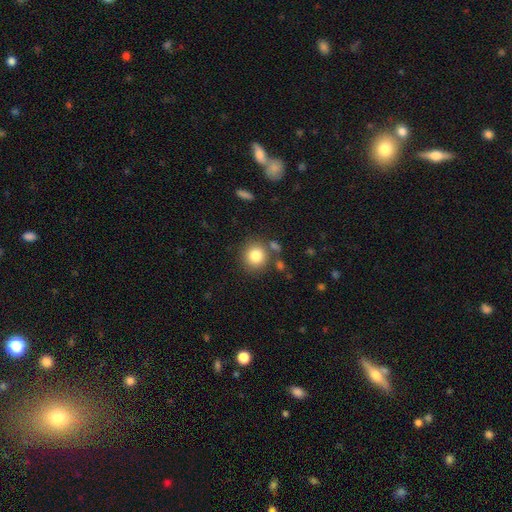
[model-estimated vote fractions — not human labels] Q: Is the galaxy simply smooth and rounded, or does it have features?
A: smooth — 81%.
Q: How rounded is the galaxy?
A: round — 89%.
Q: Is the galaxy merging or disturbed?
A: none — 79%.